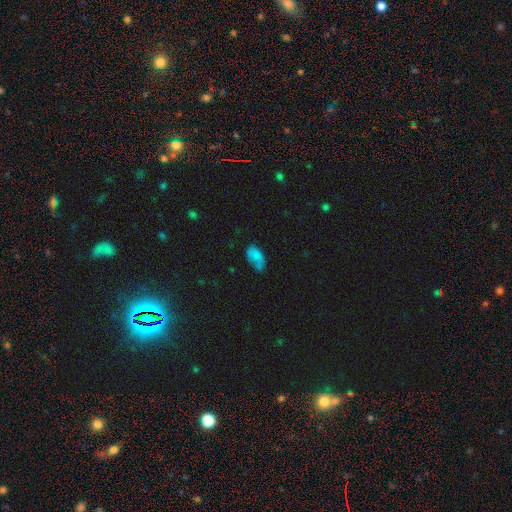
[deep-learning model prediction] smooth-or-featured: smooth: 70% | featured or disk: 19% | star or artifact: 11%
  how-rounded: in between: 92% | round: 5% | cigar-shaped: 3%
  merging: none: 45% | minor disturbance: 31% | major disturbance: 15% | merger: 9%